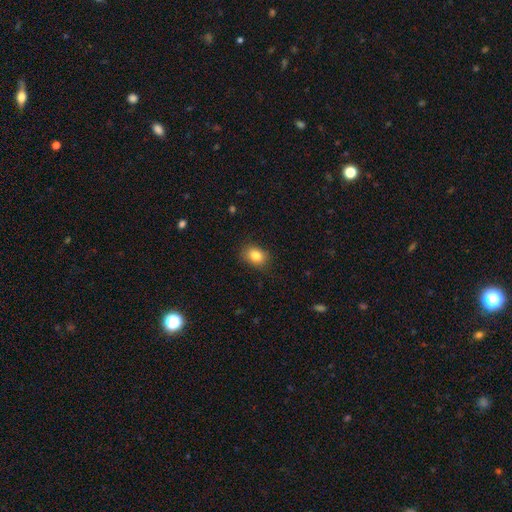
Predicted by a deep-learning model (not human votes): Smooth or featured? Predicted: smooth (p=0.84). How rounded? Predicted: in between (p=0.66). Merging? Predicted: none (p=0.84).